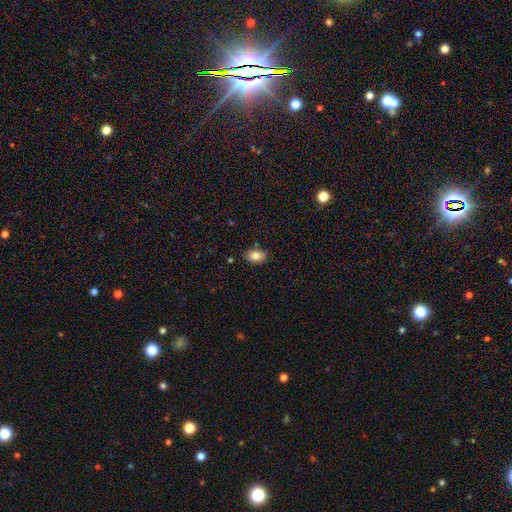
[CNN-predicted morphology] Smooth or featured? smooth (82%)
How rounded? in between (84%)
Merging? none (80%)